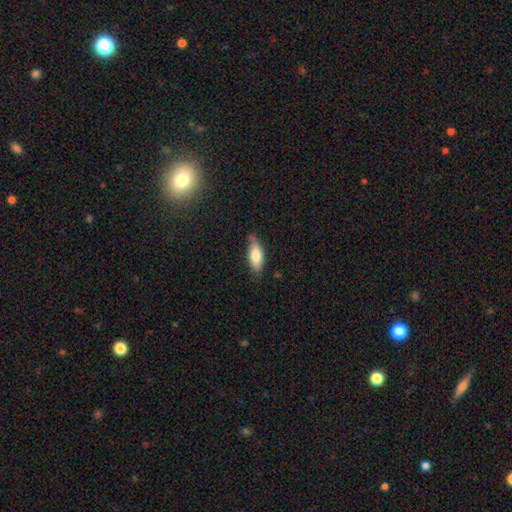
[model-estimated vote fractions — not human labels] smooth 78%, featured or disk 16%, star or artifact 6%. Down the decision tree: how rounded — in between (75%); merging — none (67%).